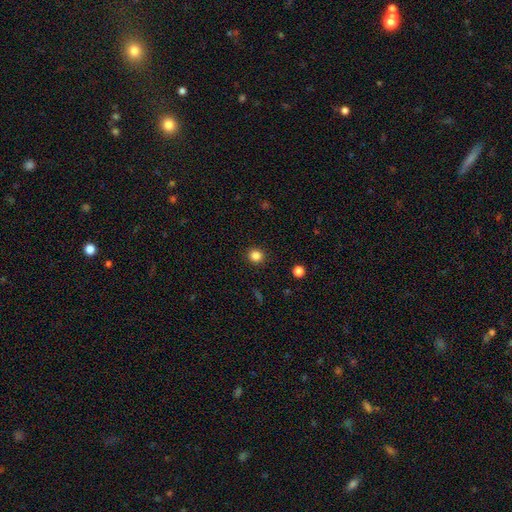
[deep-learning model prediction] A smooth galaxy with no disk features (84%) that is round (92%). Merging: none (92%).